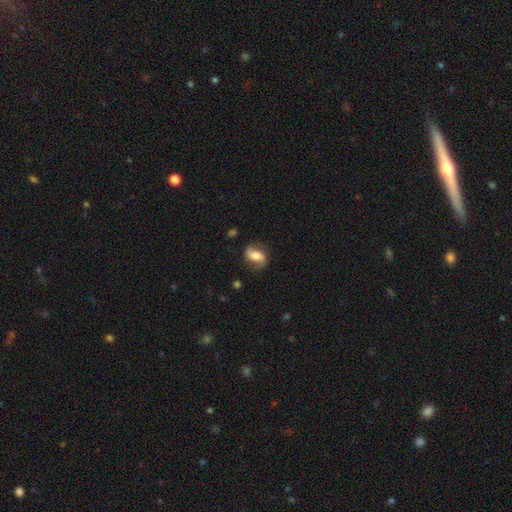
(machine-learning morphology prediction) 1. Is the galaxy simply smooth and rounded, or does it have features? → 65% featured or disk, 28% smooth, 8% star or artifact.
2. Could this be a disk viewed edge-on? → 95% no, 5% yes.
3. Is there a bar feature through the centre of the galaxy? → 41% no, 35% weak, 24% strong.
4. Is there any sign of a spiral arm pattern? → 91% yes, 9% no.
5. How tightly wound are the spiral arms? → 58% loose, 30% medium, 12% tight.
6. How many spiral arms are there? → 90% 2, 4% can't tell, 3% 1, 1% 3, 1% 4, 1% more than 4.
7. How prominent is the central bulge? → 53% moderate, 21% large, 19% small, 4% none, 3% dominant.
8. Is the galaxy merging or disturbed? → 75% none, 17% minor disturbance, 7% major disturbance, 2% merger.